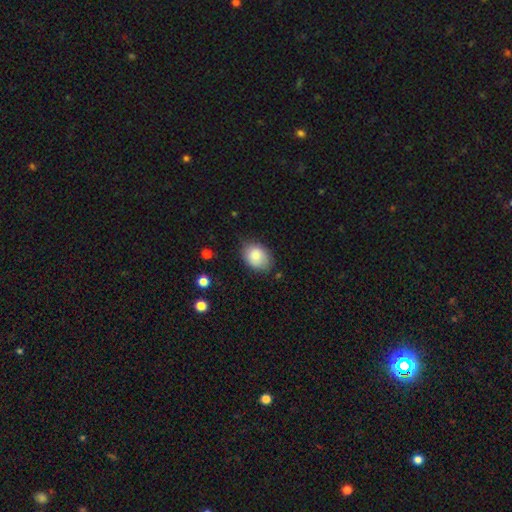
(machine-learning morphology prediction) Smooth or featured?
  - smooth: 85% *
  - featured or disk: 8%
  - star or artifact: 7%
How rounded?
  - in between: 72% *
  - round: 27%
  - cigar-shaped: 1%
Merging?
  - none: 72% *
  - minor disturbance: 22%
  - major disturbance: 4%
  - merger: 2%